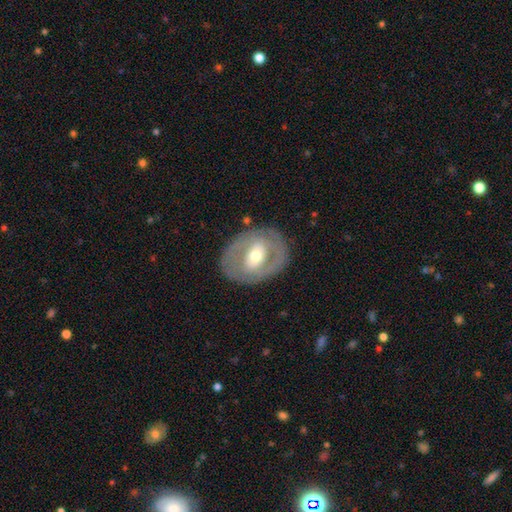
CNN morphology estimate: This appears to be a featured or disk galaxy (65%) with no bar (49%), no spiral arms (65%) and a moderate central bulge (62%). Merging: none (80%).